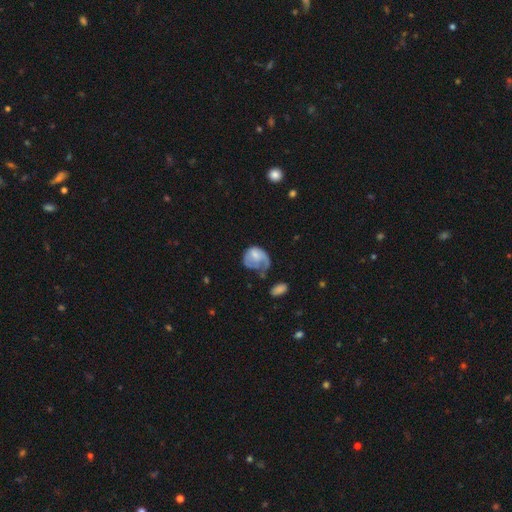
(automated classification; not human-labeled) Q: Smooth or featured?
A: smooth (52%); runner-up: featured or disk (40%)
Q: How rounded?
A: round (53%); runner-up: in between (46%)
Q: Merging?
A: major disturbance (46%); runner-up: minor disturbance (26%)